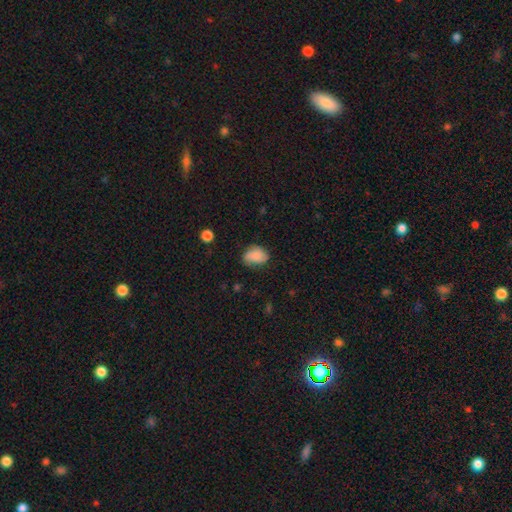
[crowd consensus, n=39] Morphology: type=smooth (87%); roundness=in between (76%); merging=none (78%).